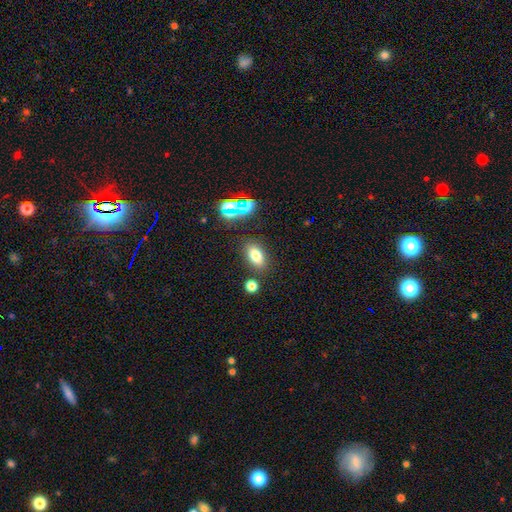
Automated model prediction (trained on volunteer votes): smooth 71%, star or artifact 18%, featured or disk 11%. Down the decision tree: how rounded — in between (82%); merging — none (81%).